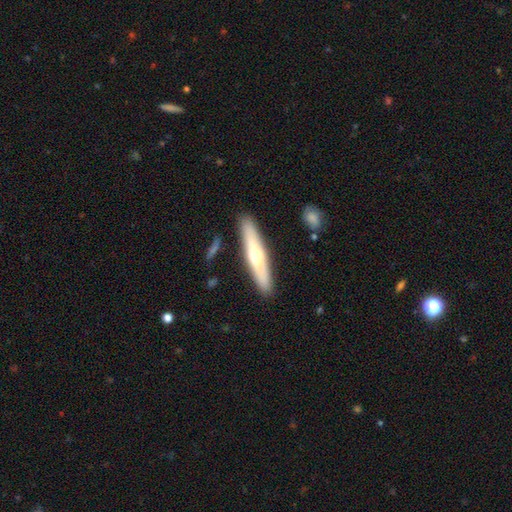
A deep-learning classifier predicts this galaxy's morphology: This is possibly a featured or disk galaxy (47%, tied with smooth). Merging: clearly none (90%).